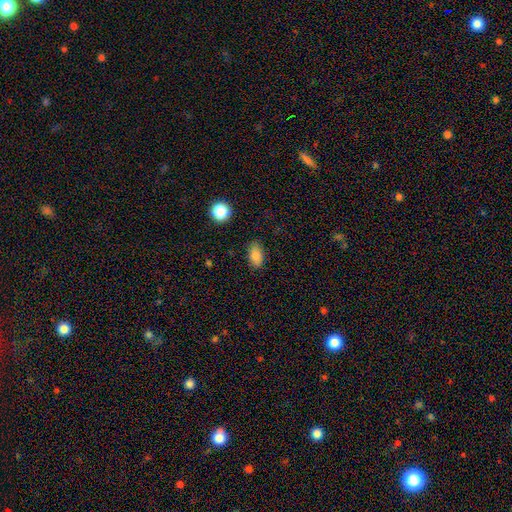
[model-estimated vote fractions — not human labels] Q: Smooth or featured?
A: smooth (86%); runner-up: star or artifact (9%)
Q: How rounded?
A: in between (89%); runner-up: round (6%)
Q: Merging?
A: none (83%); runner-up: minor disturbance (13%)